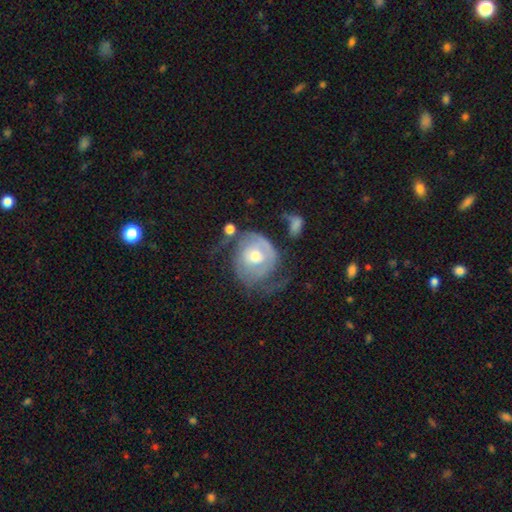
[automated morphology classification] Smooth or featured?
  - featured or disk: 73% *
  - smooth: 21%
  - star or artifact: 6%
Edge-on disk?
  - no: 97% *
  - yes: 3%
Bar?
  - no: 75% *
  - weak: 21%
  - strong: 4%
Spiral arms?
  - yes: 81% *
  - no: 19%
Spiral winding?
  - tight: 47% *
  - medium: 33%
  - loose: 21%
Spiral arm count?
  - 2: 46% *
  - can't tell: 26%
  - 1: 16%
  - 3: 7%
  - 4: 3%
  - more than 4: 3%
Bulge size?
  - moderate: 68% *
  - small: 19%
  - large: 9%
  - none: 2%
  - dominant: 1%
Merging?
  - none: 38% *
  - major disturbance: 32%
  - minor disturbance: 21%
  - merger: 9%